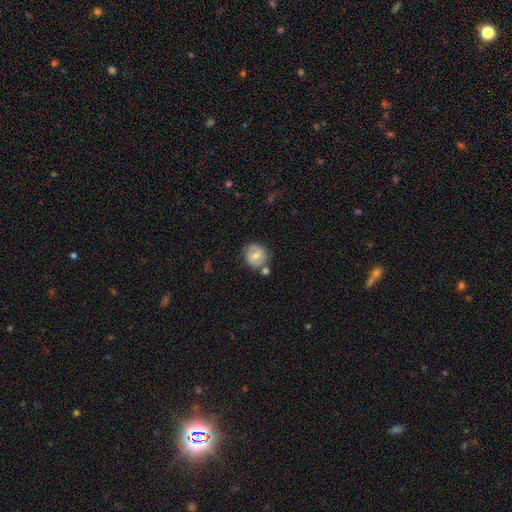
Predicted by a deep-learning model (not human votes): smooth-or-featured: smooth: 68% | featured or disk: 25% | star or artifact: 8%
  how-rounded: round: 85% | in between: 14% | cigar-shaped: 1%
  merging: none: 68% | minor disturbance: 15% | merger: 13% | major disturbance: 4%